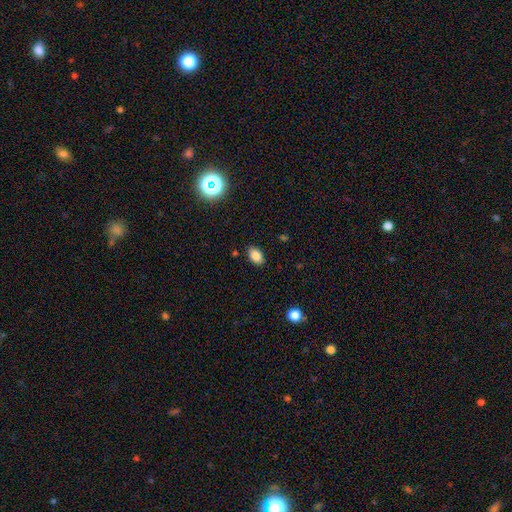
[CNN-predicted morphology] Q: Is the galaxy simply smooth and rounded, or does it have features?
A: smooth — 85%.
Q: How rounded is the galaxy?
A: in between — 87%.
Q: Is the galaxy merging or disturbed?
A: none — 87%.